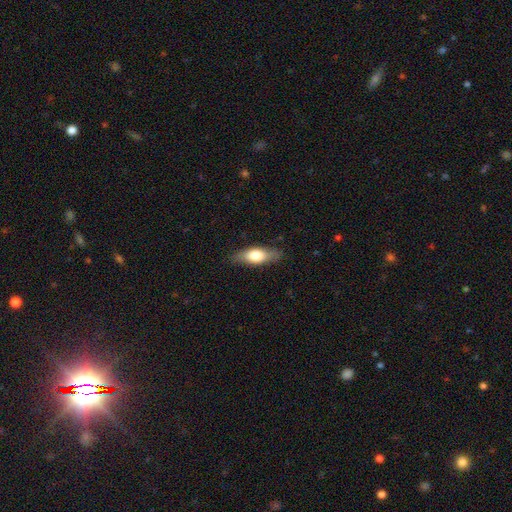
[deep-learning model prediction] Smooth or featured? Predicted: smooth (p=0.65). How rounded? Predicted: in between (p=0.68). Merging? Predicted: none (p=0.83).